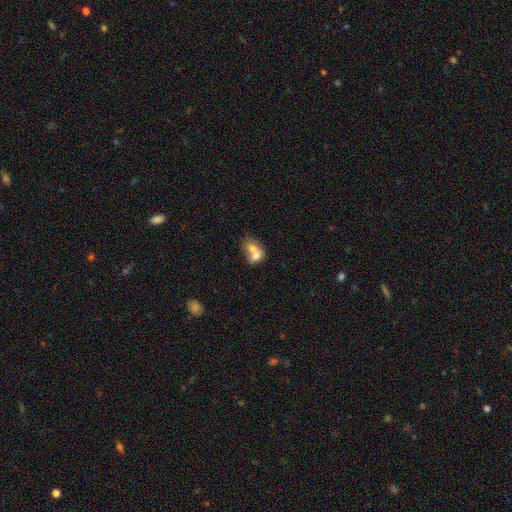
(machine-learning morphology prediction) Overall: smooth (66%). How rounded: in between (62%; round 36%). Merging: merger (74%).